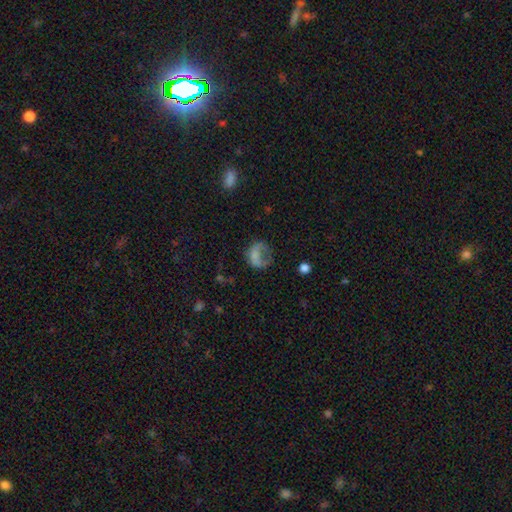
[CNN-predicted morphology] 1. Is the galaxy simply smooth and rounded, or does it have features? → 58% smooth, 28% featured or disk, 15% star or artifact.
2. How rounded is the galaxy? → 59% round, 39% in between, 1% cigar-shaped.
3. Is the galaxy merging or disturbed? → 41% major disturbance, 34% none, 22% minor disturbance, 3% merger.